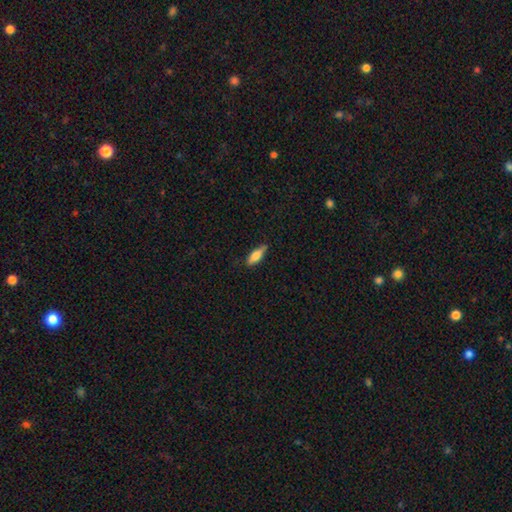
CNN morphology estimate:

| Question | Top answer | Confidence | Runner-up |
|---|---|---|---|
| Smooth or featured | smooth | 75% | featured or disk (19%) |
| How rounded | in between | 58% | cigar-shaped (40%) |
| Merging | none | 76% | minor disturbance (19%) |